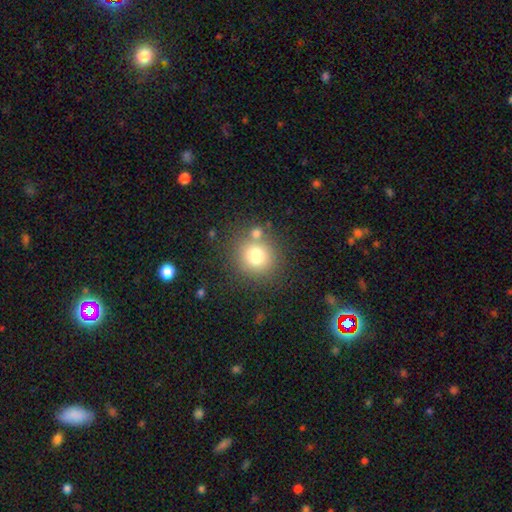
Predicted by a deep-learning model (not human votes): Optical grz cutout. It shows a smooth galaxy with no disk features (75%) that is round (90%). Merging: none (73%).